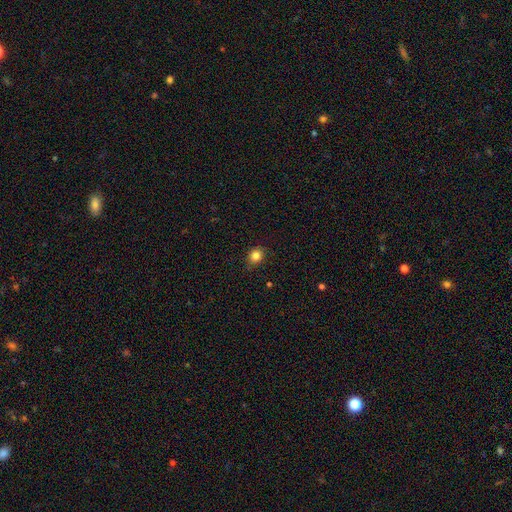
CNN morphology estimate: Overall: smooth (83%). How rounded: round (74%). Merging: none (87%).